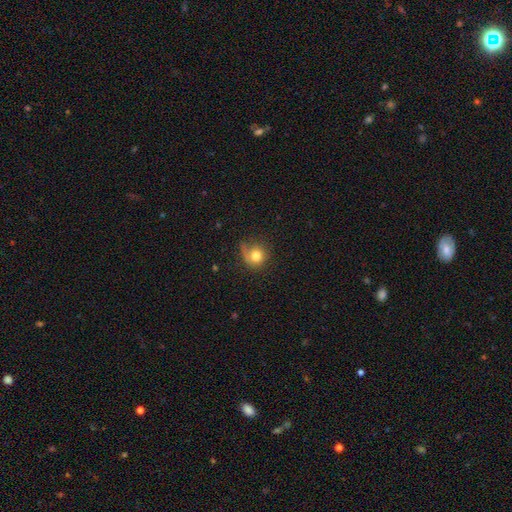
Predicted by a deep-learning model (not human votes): Smooth or featured? Predicted: smooth (p=0.77). How rounded? Predicted: round (p=0.84). Merging? Predicted: none (p=0.54).